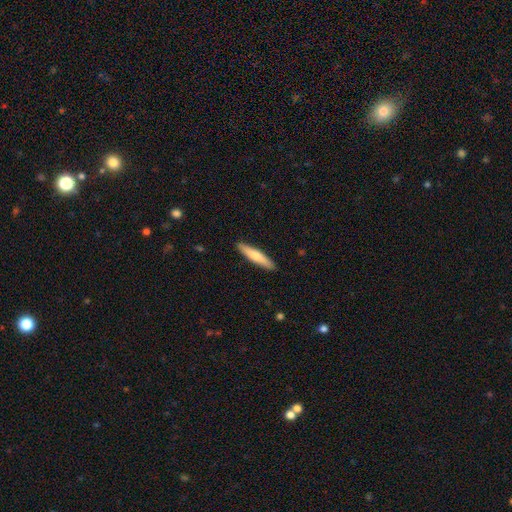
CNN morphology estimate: Overall: smooth (66%; featured or disk 29%). How rounded: cigar-shaped (87%). Merging: none (91%).